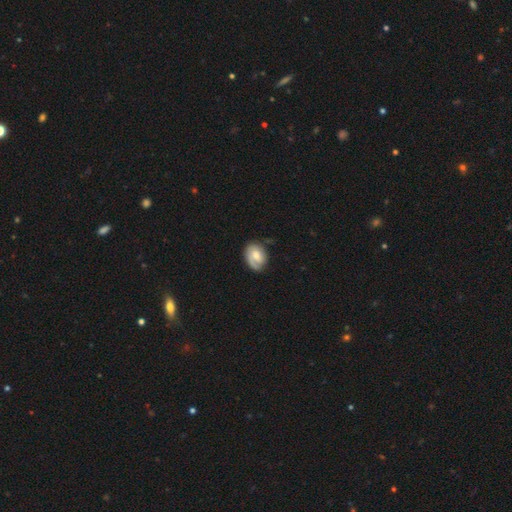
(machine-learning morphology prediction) Smooth or featured: featured or disk — 59% (smooth — 35%)
Edge-on disk: no — 97% (yes — 3%)
Bar: no — 58% (weak — 36%)
Spiral arms: yes — 86% (no — 14%)
Bulge size: moderate — 60% (small — 30%)
Merging: none — 65% (minor disturbance — 24%)